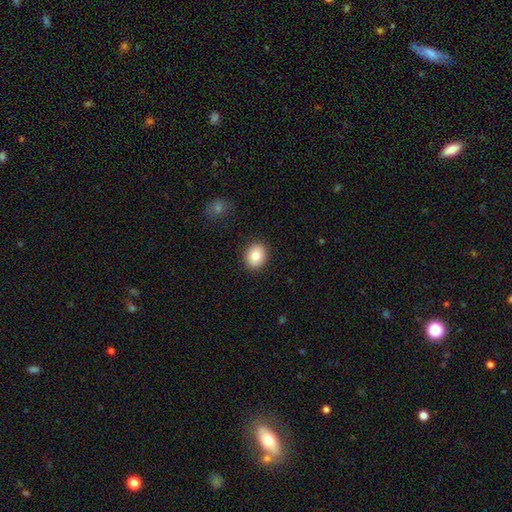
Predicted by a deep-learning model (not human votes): Smooth or featured? smooth (84%)
How rounded? round (59%)
Merging? none (90%)